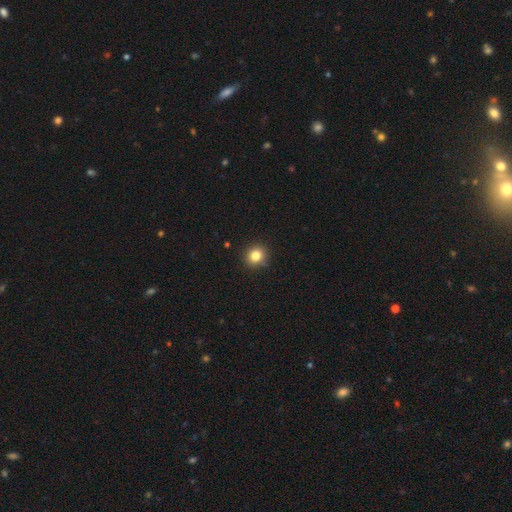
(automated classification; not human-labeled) Smooth or featured: smooth — 83% (star or artifact — 11%)
How rounded: round — 89% (in between — 10%)
Merging: none — 91% (minor disturbance — 6%)